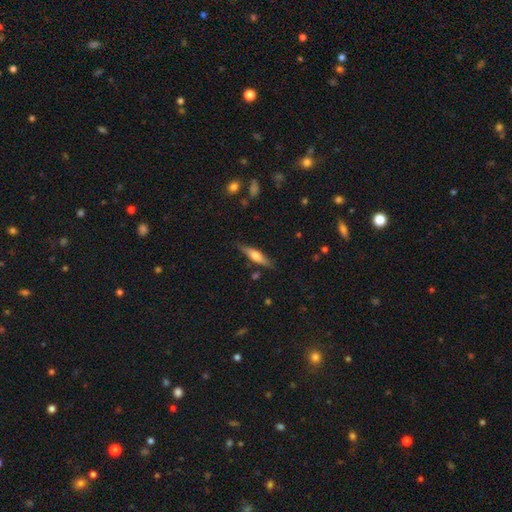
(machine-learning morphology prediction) Q: Smooth or featured?
A: featured or disk (51%); runner-up: smooth (43%)
Q: Edge-on disk?
A: yes (94%); runner-up: no (6%)
Q: Merging?
A: none (82%); runner-up: minor disturbance (13%)